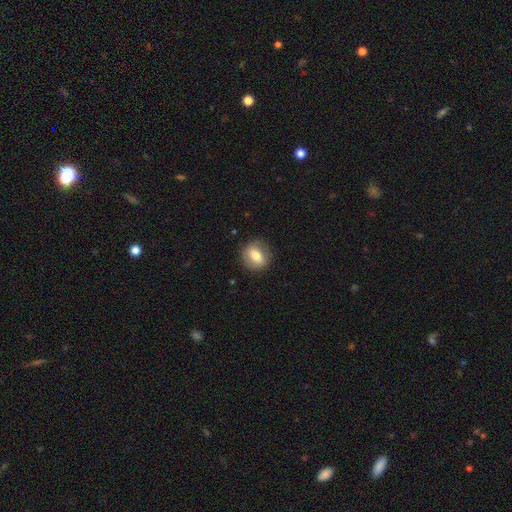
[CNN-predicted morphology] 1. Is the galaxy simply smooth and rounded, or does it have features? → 65% smooth, 27% featured or disk, 8% star or artifact.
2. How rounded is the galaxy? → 64% round, 34% in between, 2% cigar-shaped.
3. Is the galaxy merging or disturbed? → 84% none, 11% minor disturbance, 4% major disturbance, 1% merger.